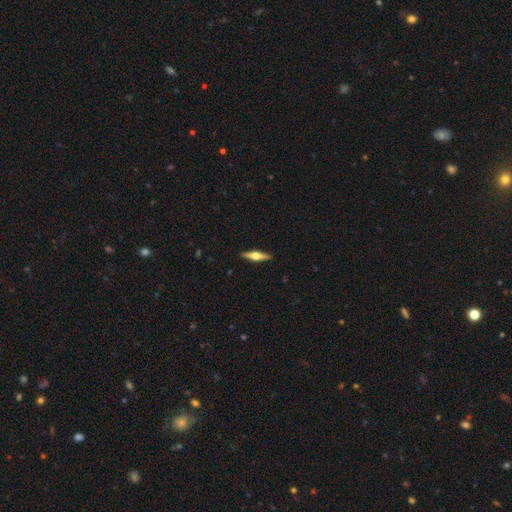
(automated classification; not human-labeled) smooth-or-featured: featured or disk: 67% | smooth: 28% | star or artifact: 6%
  disk-edge-on: yes: 97% | no: 3%
    edge-on-bulge: rounded: 93% | boxy: 5% | none: 2%
  merging: none: 91% | minor disturbance: 6% | major disturbance: 1% | merger: 1%